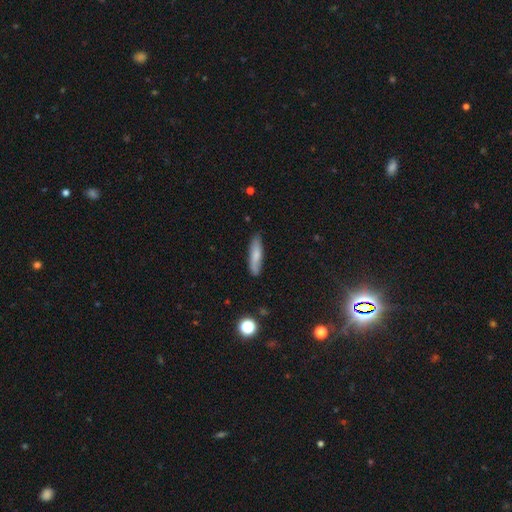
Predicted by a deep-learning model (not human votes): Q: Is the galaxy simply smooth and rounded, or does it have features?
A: smooth — 77%.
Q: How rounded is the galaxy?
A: cigar-shaped — 76%.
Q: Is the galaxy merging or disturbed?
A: none — 82%.